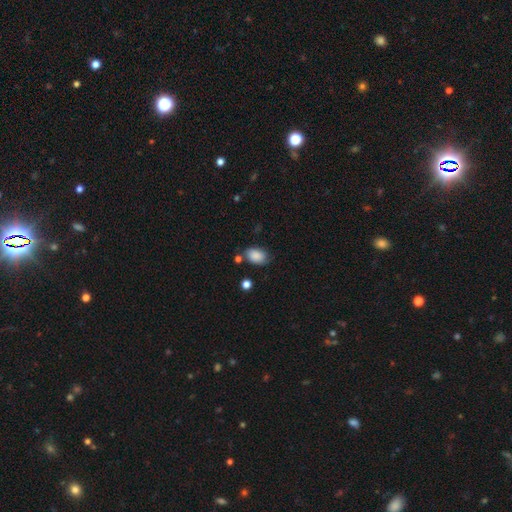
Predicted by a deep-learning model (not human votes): Smooth or featured: smooth — 86% (star or artifact — 8%)
How rounded: in between — 85% (round — 13%)
Merging: none — 68% (minor disturbance — 21%)